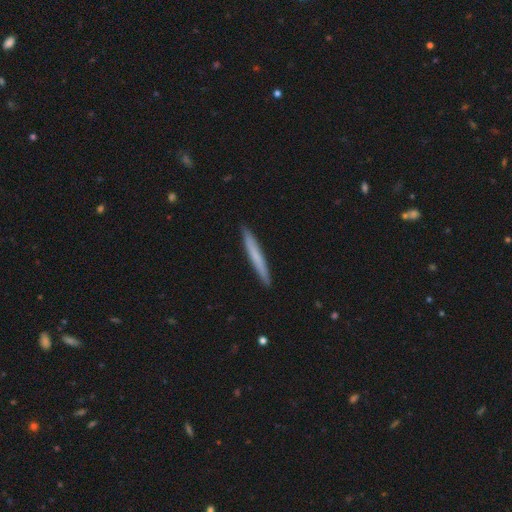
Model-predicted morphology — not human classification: Overall: smooth (64%; featured or disk 30%). How rounded: cigar-shaped (97%). Merging: none (92%).